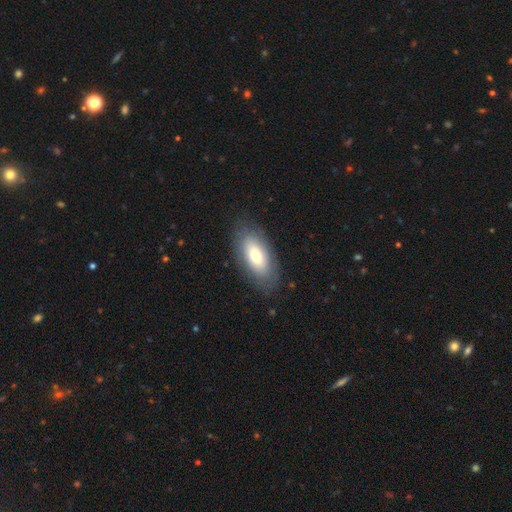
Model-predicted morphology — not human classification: A smooth galaxy with no disk features (70%) that is in between round and cigar-shaped (90%). Merging: none (83%).